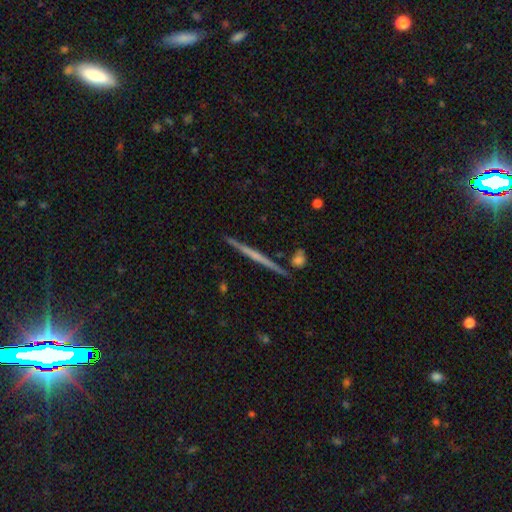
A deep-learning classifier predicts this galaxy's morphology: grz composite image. It shows a featured or disk galaxy (65%) viewed edge-on (98%) with no central bulge (71%). Merging: none (90%).